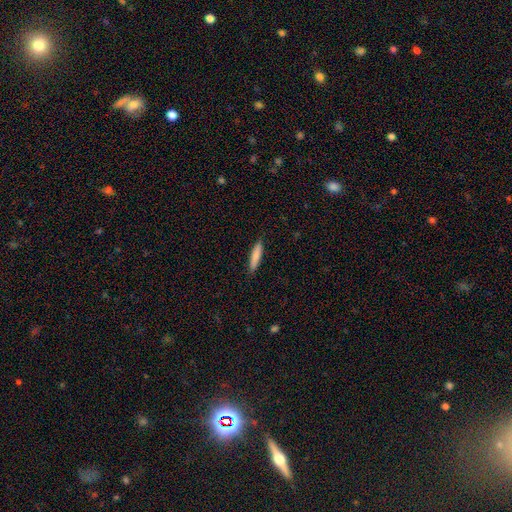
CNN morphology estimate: smooth 82%, featured or disk 12%, star or artifact 6%. Down the decision tree: how rounded — cigar-shaped (85%); merging — none (89%).